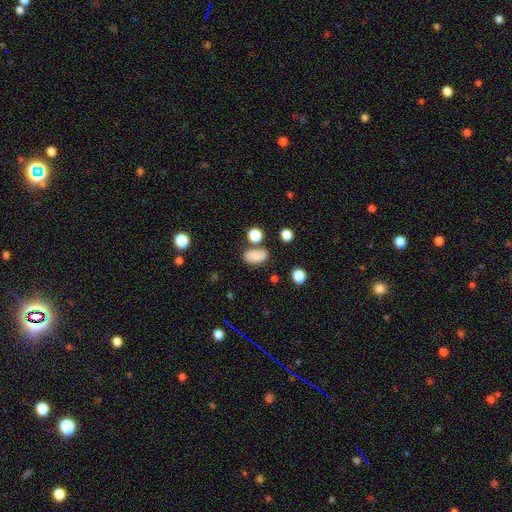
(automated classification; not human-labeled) A smooth galaxy with no disk features (80%) that is in between round and cigar-shaped (87%). Merging: none (62%).